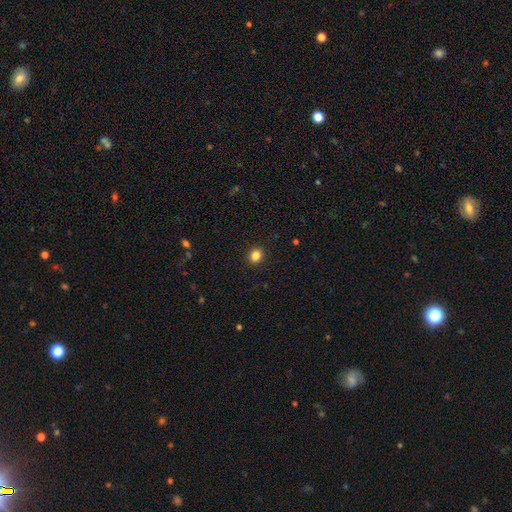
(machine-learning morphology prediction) Smooth or featured? smooth (84%)
How rounded? round (88%)
Merging? none (93%)